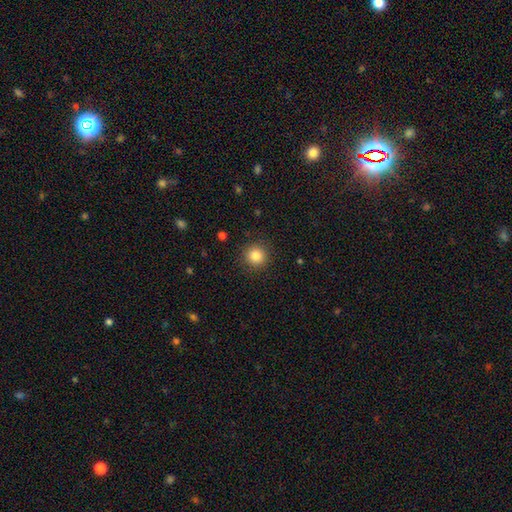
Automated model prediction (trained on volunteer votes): smooth_or_featured: smooth (p=0.83) [alt: star or artifact p=0.11]
how_rounded: round (p=0.94) [alt: in between p=0.05]
merging: none (p=0.91) [alt: minor disturbance p=0.06]